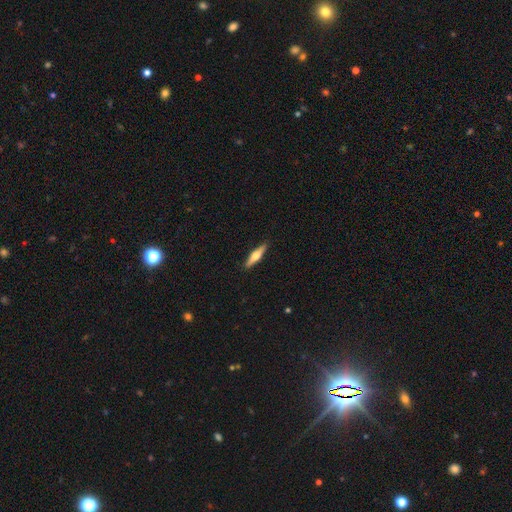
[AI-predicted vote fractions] featured or disk 55%, smooth 40%, star or artifact 5%. Down the decision tree: edge-on disk — yes (95%); edge-on bulge — rounded (92%); merging — none (91%).